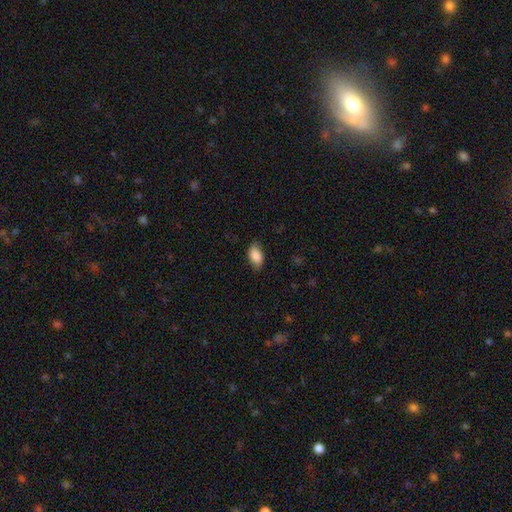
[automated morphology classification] This is clearly a smooth galaxy (88%). How rounded: clearly in between (92%). Merging: likely none (79%).